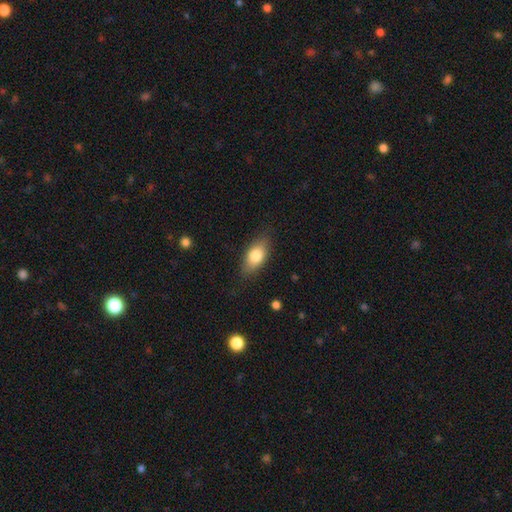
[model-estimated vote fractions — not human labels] A smooth galaxy with no disk features (78%) that is in between round and cigar-shaped (86%). Merging: none (82%).